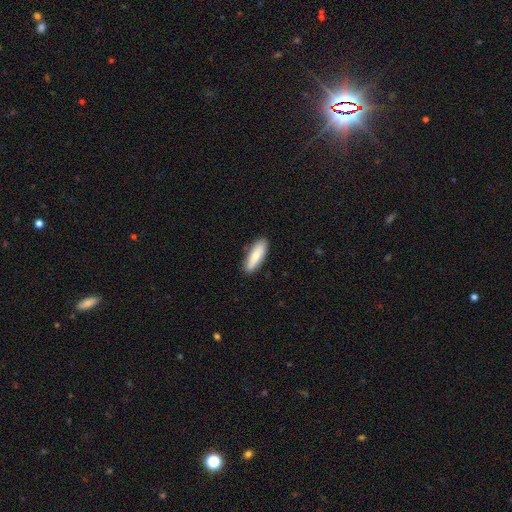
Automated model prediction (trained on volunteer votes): Smooth or featured: smooth — 75% (featured or disk — 19%)
How rounded: in between — 51% (cigar-shaped — 47%)
Merging: none — 86% (minor disturbance — 11%)